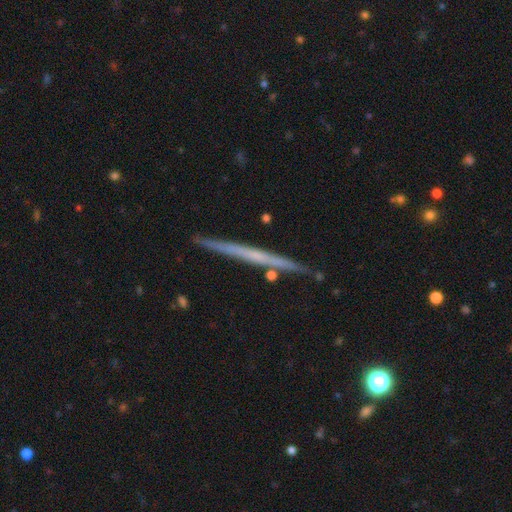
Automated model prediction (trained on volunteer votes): This is likely a featured or disk galaxy (62%). It is clearly viewed edge-on (98%). Edge-on bulge: clearly none (86%). Merging: clearly none (90%).